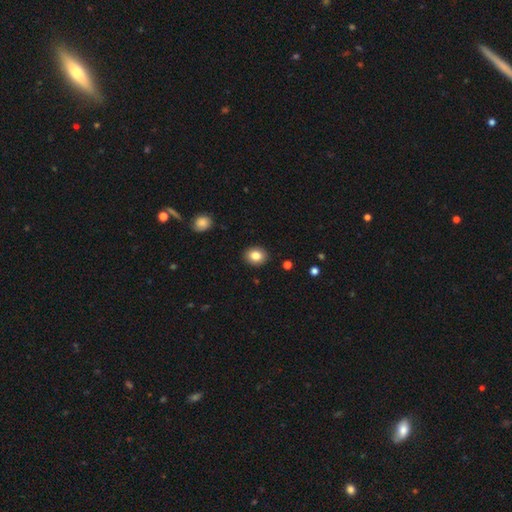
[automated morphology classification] smooth_or_featured: smooth (p=0.83) [alt: star or artifact p=0.09]
how_rounded: round (p=0.58) [alt: in between p=0.41]
merging: none (p=0.91) [alt: minor disturbance p=0.06]